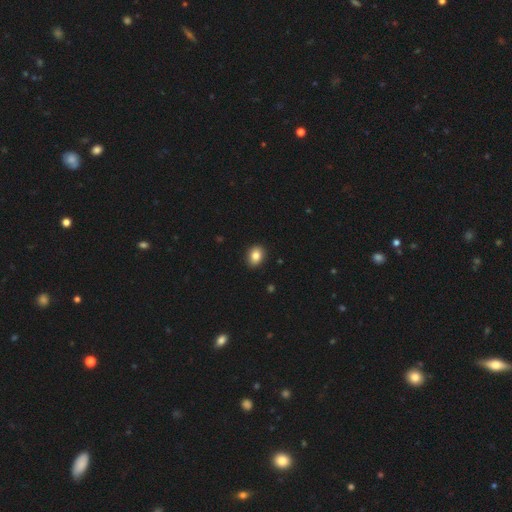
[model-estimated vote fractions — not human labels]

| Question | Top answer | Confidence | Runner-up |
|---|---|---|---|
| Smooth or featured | smooth | 85% | star or artifact (9%) |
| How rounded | in between | 61% | round (38%) |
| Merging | none | 90% | minor disturbance (7%) |